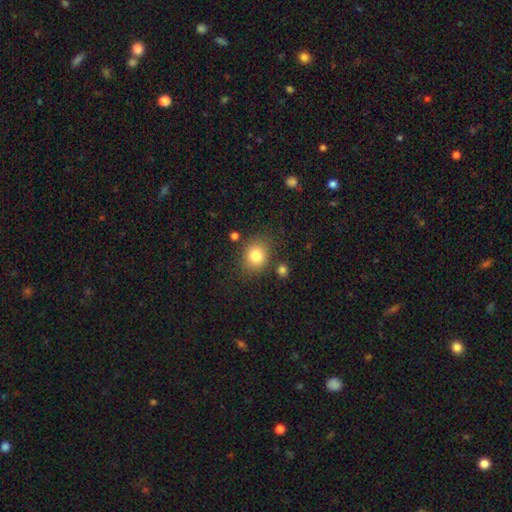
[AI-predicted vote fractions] Smooth or featured: smooth — 81% (star or artifact — 11%)
How rounded: round — 62% (in between — 37%)
Merging: none — 79% (minor disturbance — 12%)